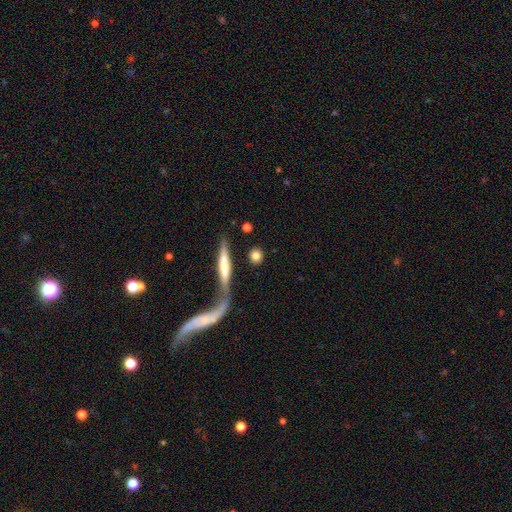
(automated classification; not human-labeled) Overall: smooth (78%). How rounded: round (58%; cigar-shaped 23%). Merging: none (74%).